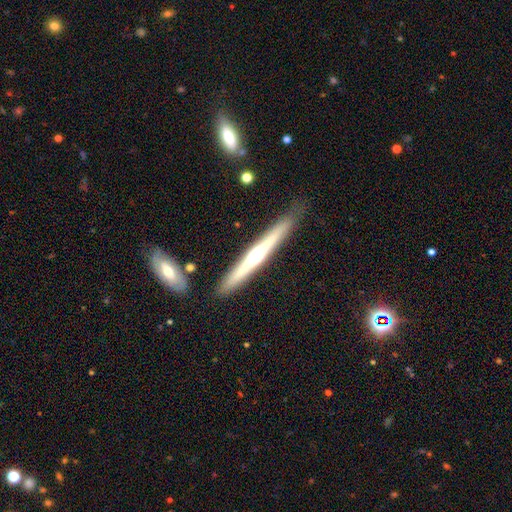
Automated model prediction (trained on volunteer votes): A featured or disk galaxy (62%) viewed edge-on (97%) with a rounded central bulge (70%). Merging: none (85%).